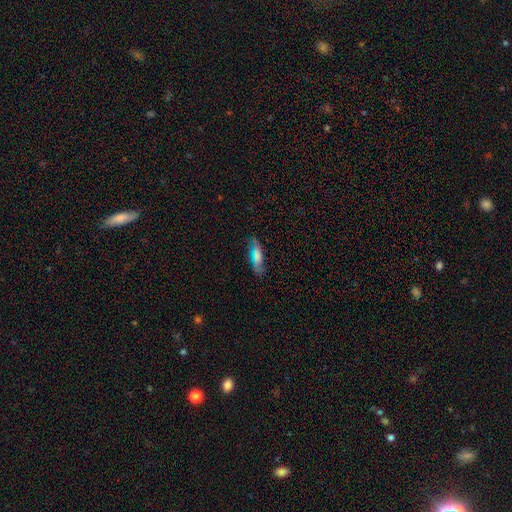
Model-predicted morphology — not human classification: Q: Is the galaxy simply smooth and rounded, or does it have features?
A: smooth — 61%.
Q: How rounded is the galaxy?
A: cigar-shaped — 53%.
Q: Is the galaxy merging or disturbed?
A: none — 74%.